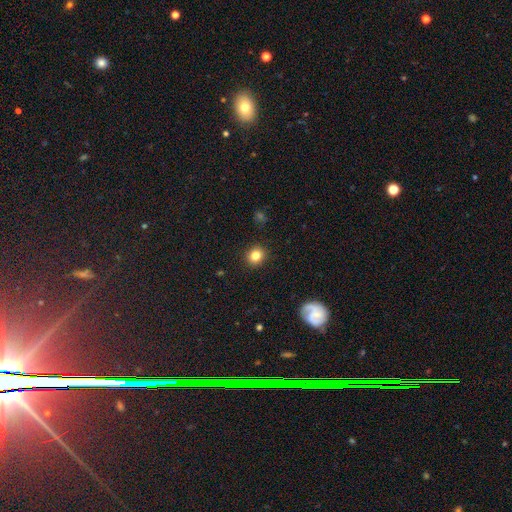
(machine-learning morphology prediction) smooth_or_featured: smooth (p=0.82) [alt: star or artifact p=0.11]
how_rounded: round (p=0.83) [alt: in between p=0.16]
merging: none (p=0.91) [alt: minor disturbance p=0.06]